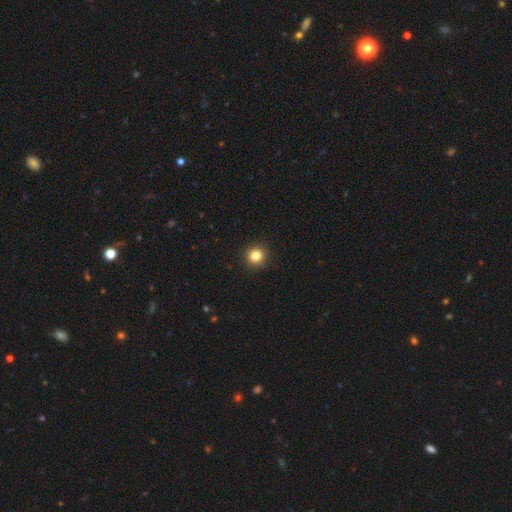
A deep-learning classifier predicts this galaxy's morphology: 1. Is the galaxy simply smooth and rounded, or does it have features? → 84% smooth, 12% star or artifact, 5% featured or disk.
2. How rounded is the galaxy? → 92% round, 7% in between, 1% cigar-shaped.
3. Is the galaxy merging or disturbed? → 92% none, 5% minor disturbance, 2% major disturbance, 1% merger.